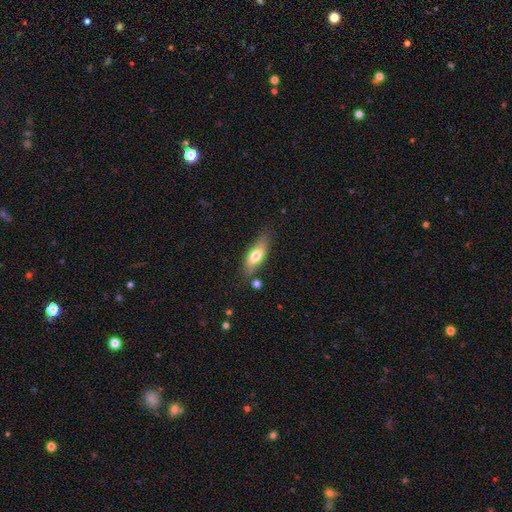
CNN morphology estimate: smooth-or-featured: smooth: 68% | featured or disk: 26% | star or artifact: 6%
  how-rounded: in between: 69% | cigar-shaped: 28% | round: 3%
  merging: none: 73% | minor disturbance: 18% | merger: 5% | major disturbance: 4%